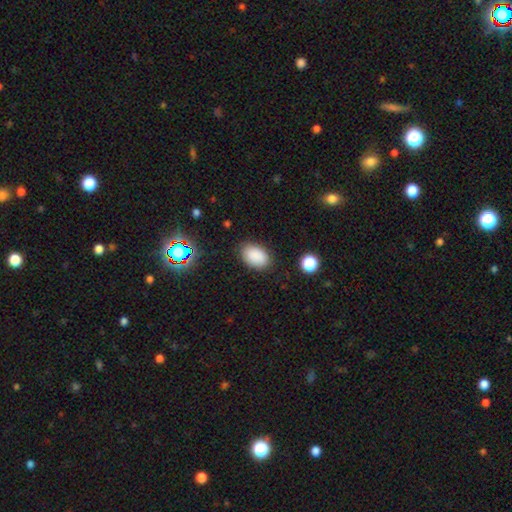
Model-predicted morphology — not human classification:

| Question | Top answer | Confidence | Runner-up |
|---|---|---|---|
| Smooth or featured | smooth | 87% | star or artifact (9%) |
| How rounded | in between | 87% | round (11%) |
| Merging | none | 84% | minor disturbance (12%) |